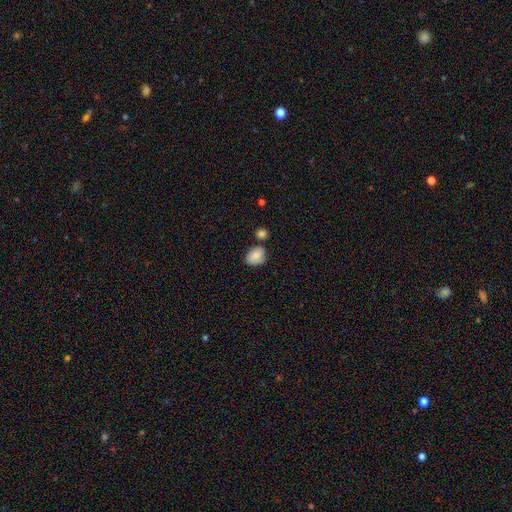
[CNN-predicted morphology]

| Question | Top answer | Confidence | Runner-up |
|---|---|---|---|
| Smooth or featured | smooth | 76% | featured or disk (16%) |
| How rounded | in between | 64% | round (34%) |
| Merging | none | 58% | minor disturbance (23%) |